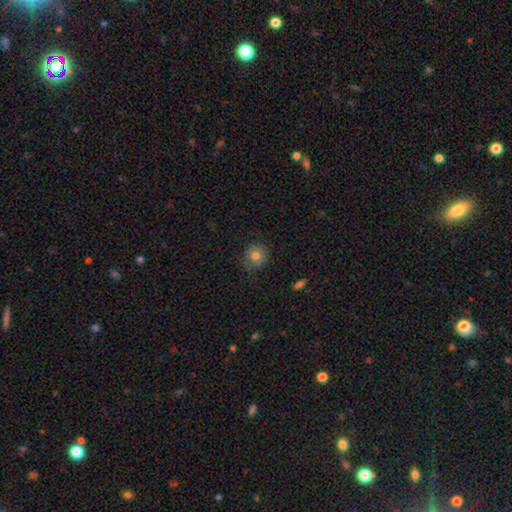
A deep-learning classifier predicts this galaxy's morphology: Overall: smooth (77%). How rounded: round (87%). Merging: none (78%).